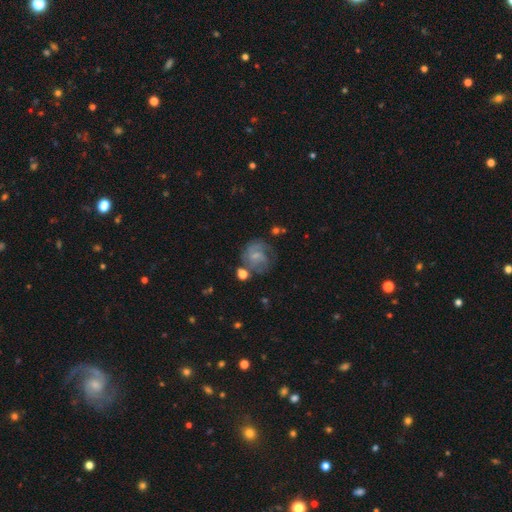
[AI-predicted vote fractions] featured or disk 62%, smooth 29%, star or artifact 9%. Down the decision tree: edge-on disk — no (98%); bar — no (56%); spiral arms — yes (82%); spiral arm count — can't tell (36%); spiral winding — tight (42%); bulge size — small (60%); merging — none (53%).